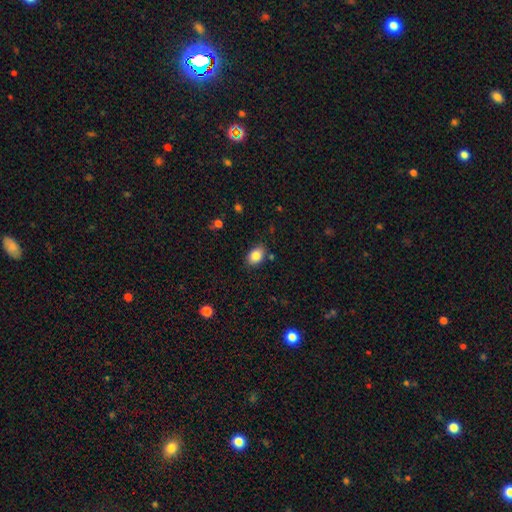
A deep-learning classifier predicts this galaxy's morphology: This is clearly a smooth galaxy (85%). How rounded: likely in between (76%). Merging: clearly none (81%).